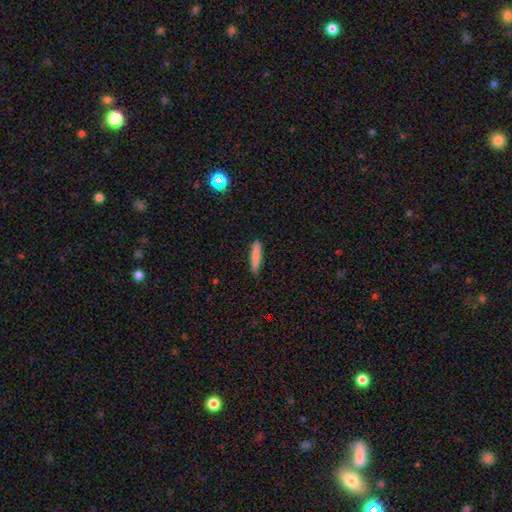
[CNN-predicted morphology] Overall: smooth (83%). How rounded: cigar-shaped (86%). Merging: none (82%).